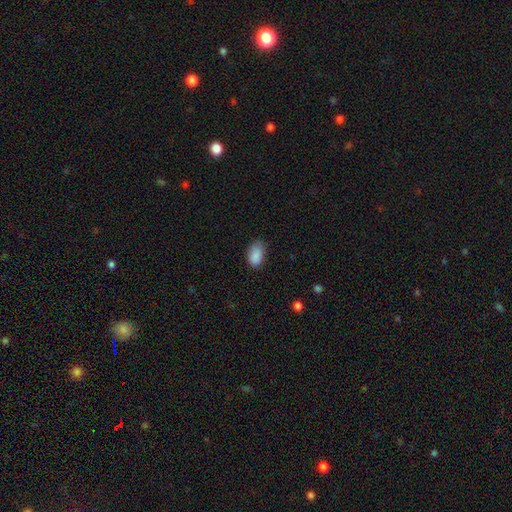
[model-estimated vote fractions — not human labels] smooth 88%, star or artifact 8%, featured or disk 4%. Down the decision tree: how rounded — in between (91%); merging — none (65%).